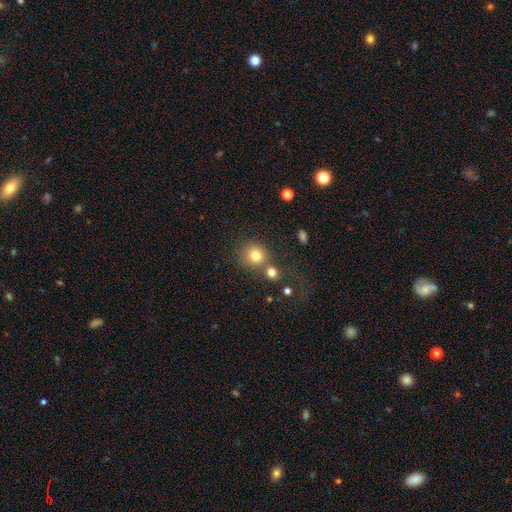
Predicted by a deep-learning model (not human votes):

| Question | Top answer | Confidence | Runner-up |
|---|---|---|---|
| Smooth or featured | smooth | 79% | star or artifact (13%) |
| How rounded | round | 88% | in between (11%) |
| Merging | none | 61% | merger (24%) |